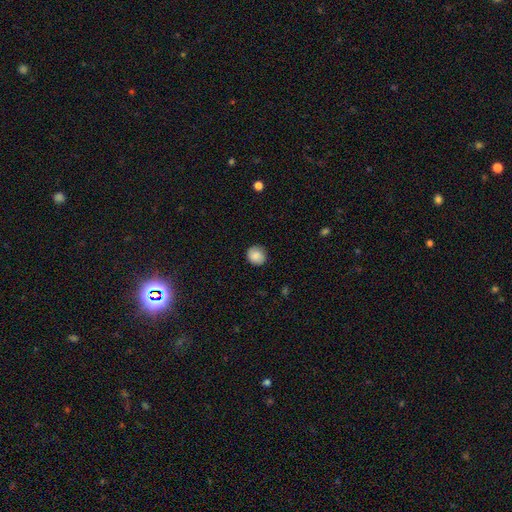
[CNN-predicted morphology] smooth 86%, star or artifact 8%, featured or disk 6%. Down the decision tree: how rounded — round (88%); merging — none (87%).